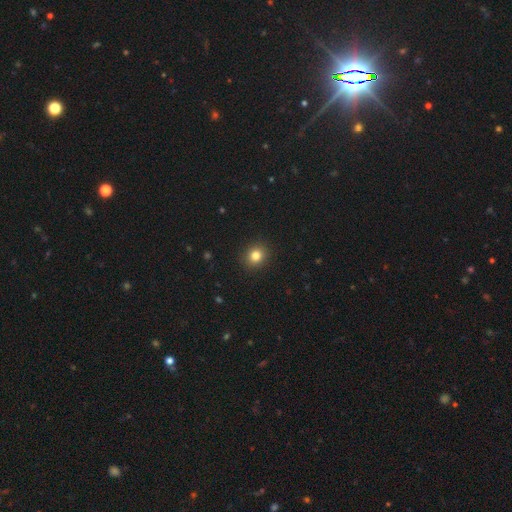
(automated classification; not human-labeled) Smooth or featured? smooth (82%)
How rounded? round (80%)
Merging? none (92%)